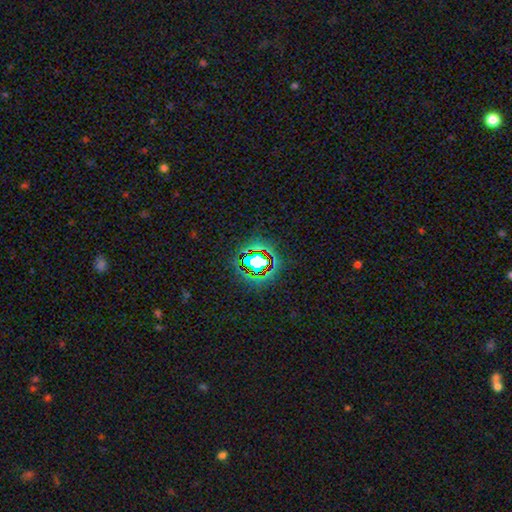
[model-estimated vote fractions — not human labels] Morphology: type=star or artifact (64%).